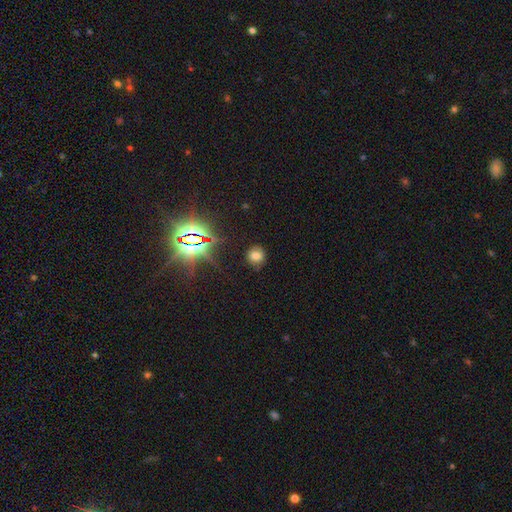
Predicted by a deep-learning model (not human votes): Smooth or featured? smooth (68%)
How rounded? round (84%)
Merging? none (82%)